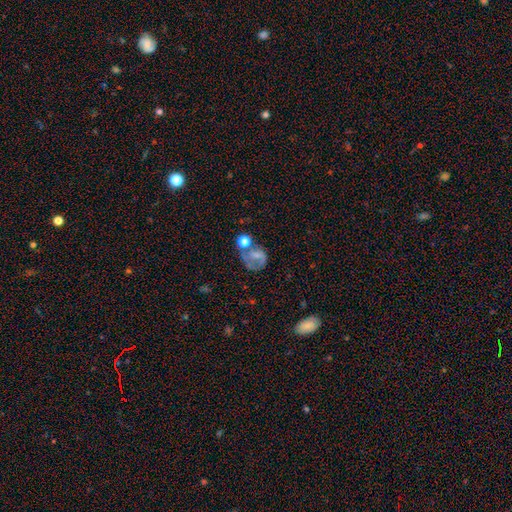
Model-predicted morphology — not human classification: This is possibly a smooth galaxy (48%). Merging: marginally none (35%).